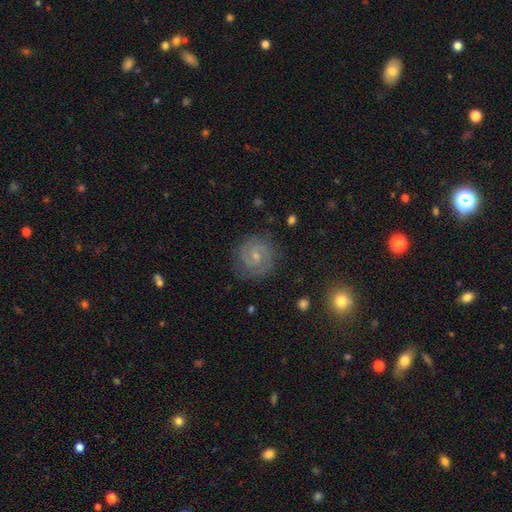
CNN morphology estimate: Smooth or featured? Predicted: featured or disk (p=0.80). Edge-on disk? Predicted: no (p=0.98). Bar? Predicted: no (p=0.48). Spiral arms? Predicted: yes (p=0.96). Spiral winding? Predicted: tight (p=0.59). Spiral arm count? Predicted: 2 (p=0.82). Bulge size? Predicted: small (p=0.61). Merging? Predicted: none (p=0.83).